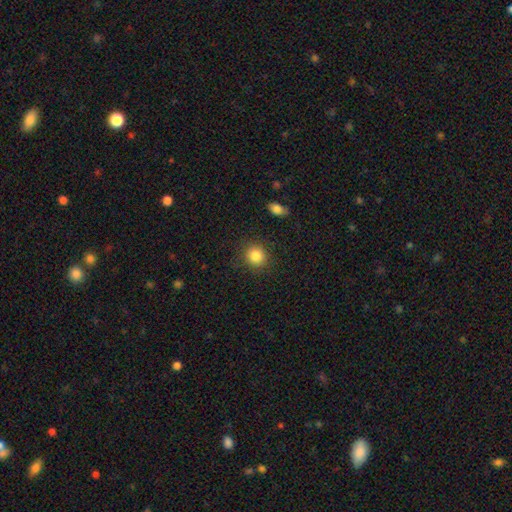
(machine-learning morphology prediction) smooth-or-featured: smooth: 86% | star or artifact: 9% | featured or disk: 5%
  how-rounded: round: 87% | in between: 12% | cigar-shaped: 1%
  merging: none: 87% | minor disturbance: 8% | major disturbance: 3% | merger: 2%